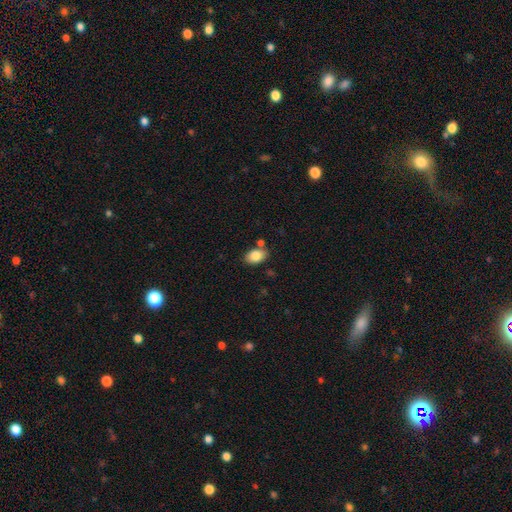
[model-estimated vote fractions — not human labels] Morphology: type=smooth (84%); roundness=in between (86%); merging=none (74%).